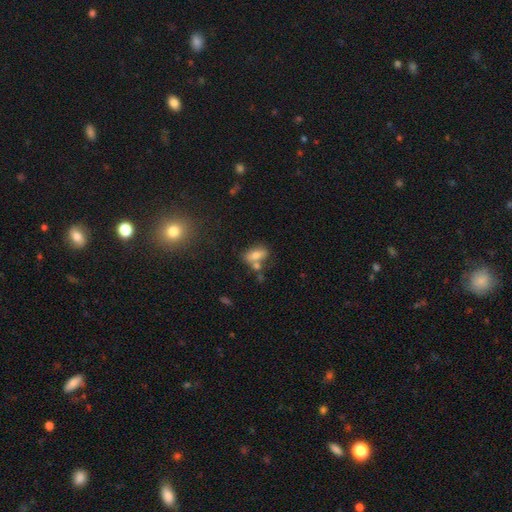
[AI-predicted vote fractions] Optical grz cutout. It shows a smooth galaxy with no disk features (68%) that is in between round and cigar-shaped (83%). Merging: none (49%).